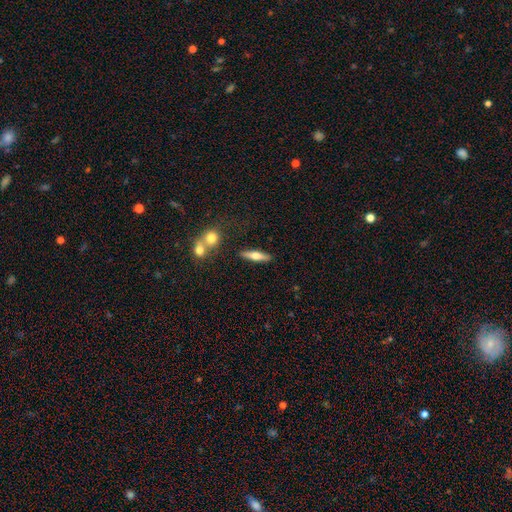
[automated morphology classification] type=featured or disk (49%); merging=none (83%).